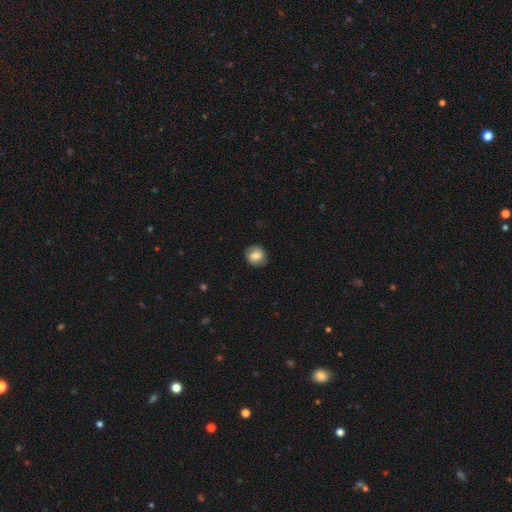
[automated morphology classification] A smooth galaxy with no disk features (76%) that is round (79%).

Vote fractions:
- Smooth or featured? smooth: 76% / featured or disk: 16% / star or artifact: 9%
- How rounded? round: 79% / in between: 20% / cigar-shaped: 1%
- Merging? none: 84% / minor disturbance: 12% / major disturbance: 3% / merger: 1%